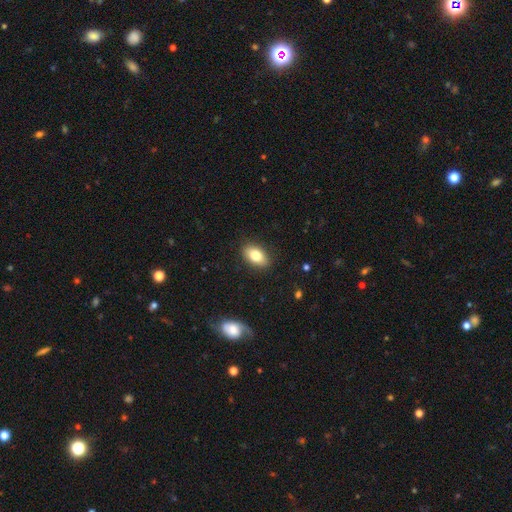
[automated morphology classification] A smooth galaxy with no disk features (79%) that is in between round and cigar-shaped (90%). Merging: none (87%).